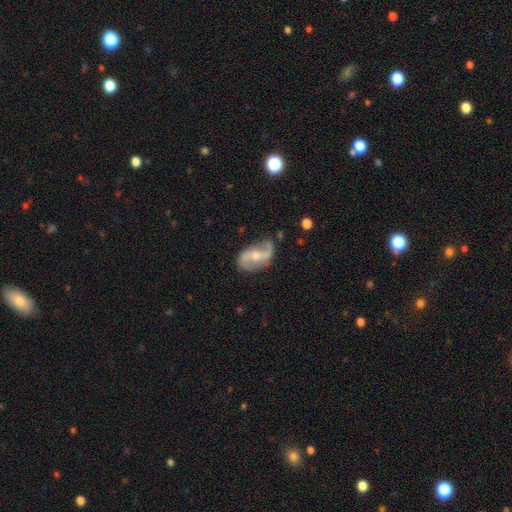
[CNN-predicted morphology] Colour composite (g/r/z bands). It shows a featured or disk galaxy (83%) with no bar (41%), 2 (90%) loose (69%) spiral arms (92%) and a moderate central bulge (54%). Merging: none (69%).